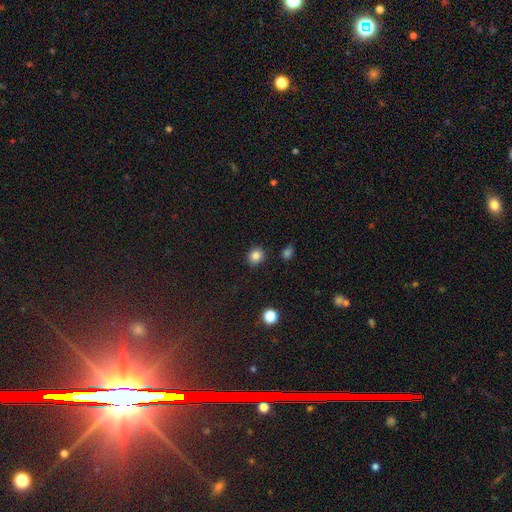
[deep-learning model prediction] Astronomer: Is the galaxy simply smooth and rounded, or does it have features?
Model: smooth — 85%.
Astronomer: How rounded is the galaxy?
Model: round — 76%.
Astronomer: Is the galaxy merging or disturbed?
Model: none — 87%.